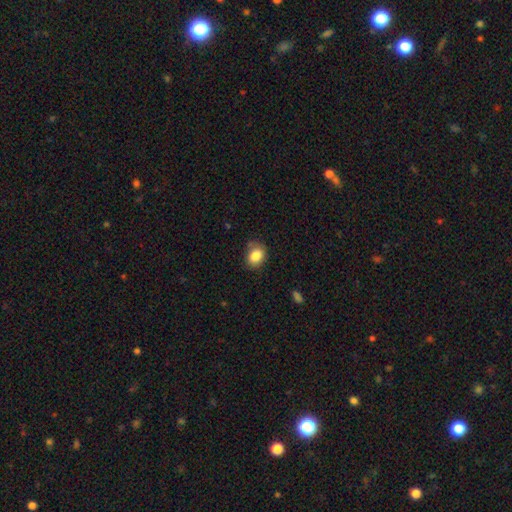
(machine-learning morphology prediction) smooth-or-featured: smooth: 84% | star or artifact: 9% | featured or disk: 7%
  how-rounded: in between: 56% | round: 44% | cigar-shaped: 1%
  merging: none: 72% | minor disturbance: 21% | major disturbance: 5% | merger: 2%